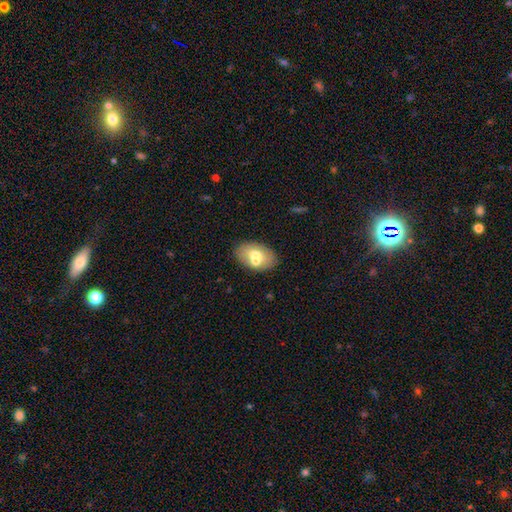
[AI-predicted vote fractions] smooth_or_featured: smooth (p=0.64) [alt: featured or disk p=0.29]
how_rounded: in between (p=0.88) [alt: round p=0.11]
merging: none (p=0.65) [alt: merger p=0.18]